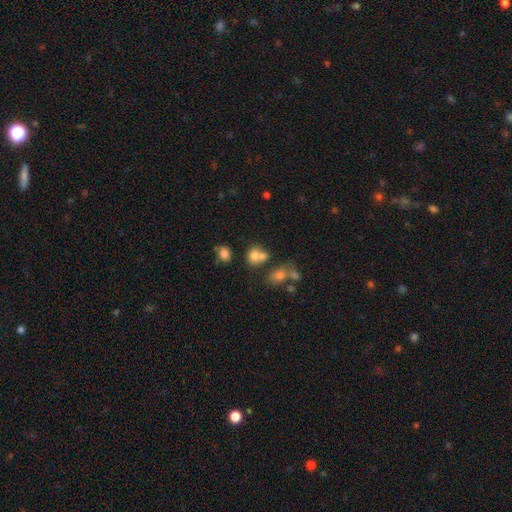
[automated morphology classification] This is likely a smooth galaxy (70%). How rounded: possibly round (55%). Merging: marginally none (42%).